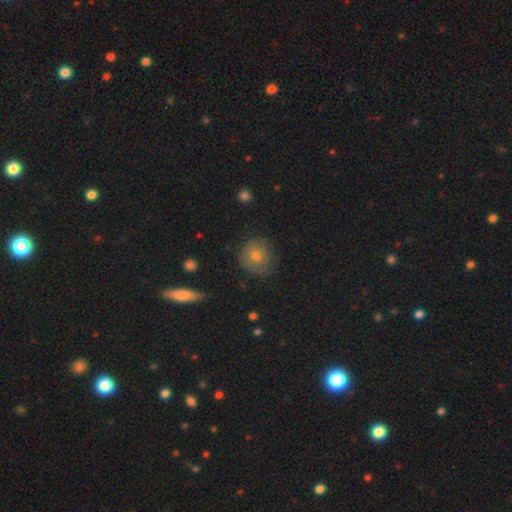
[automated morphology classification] Smooth or featured? smooth (61%)
How rounded? round (84%)
Merging? none (75%)